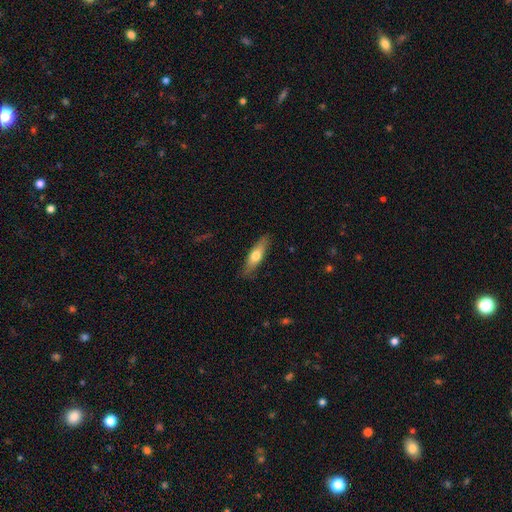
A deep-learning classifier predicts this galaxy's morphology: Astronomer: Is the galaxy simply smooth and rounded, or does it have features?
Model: smooth — 63%.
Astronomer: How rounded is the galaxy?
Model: cigar-shaped — 57% (runner-up: in between, 41%).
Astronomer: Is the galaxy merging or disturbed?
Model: none — 84%.